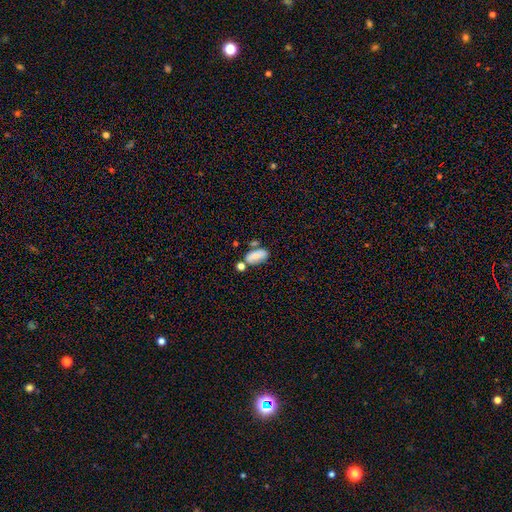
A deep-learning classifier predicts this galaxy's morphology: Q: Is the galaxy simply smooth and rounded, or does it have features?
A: smooth — 73%.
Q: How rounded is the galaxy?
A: in between — 90%.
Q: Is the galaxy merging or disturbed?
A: none — 50%.